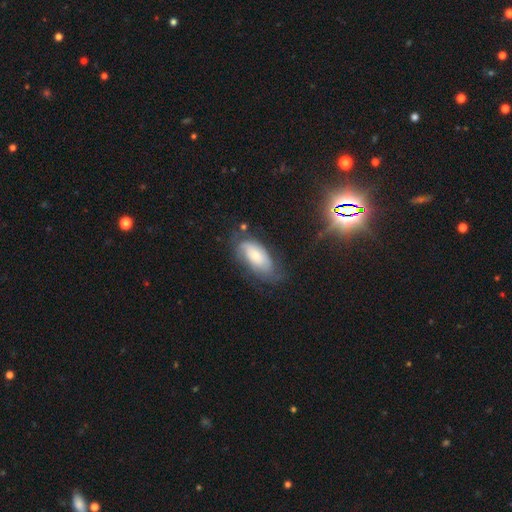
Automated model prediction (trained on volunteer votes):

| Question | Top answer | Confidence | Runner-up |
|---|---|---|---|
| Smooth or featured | featured or disk | 49% | smooth (43%) |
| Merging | none | 58% | minor disturbance (27%) |